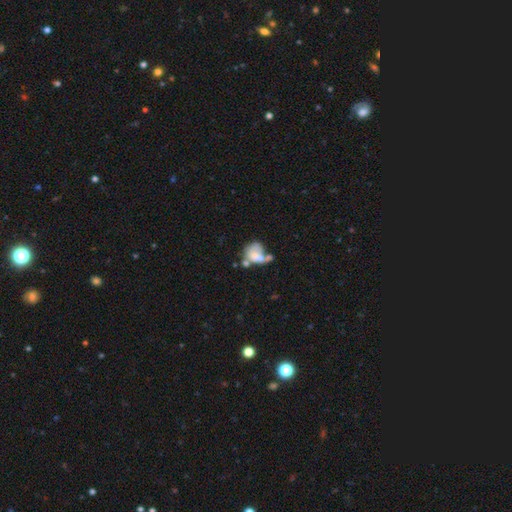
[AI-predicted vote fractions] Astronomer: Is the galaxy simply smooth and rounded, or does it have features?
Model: smooth — 54% (runner-up: featured or disk, 37%).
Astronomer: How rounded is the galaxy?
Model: in between — 62%.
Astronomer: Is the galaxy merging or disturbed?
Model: merger — 40% (runner-up: major disturbance, 25%).